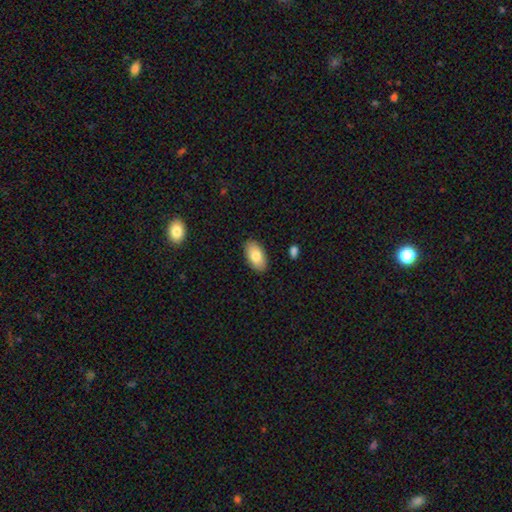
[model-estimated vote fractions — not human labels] smooth_or_featured: smooth (p=0.81) [alt: featured or disk p=0.12]
how_rounded: in between (p=0.95) [alt: round p=0.03]
merging: none (p=0.88) [alt: minor disturbance p=0.09]